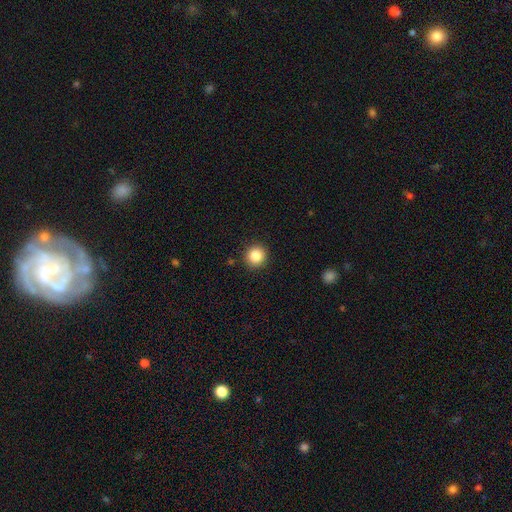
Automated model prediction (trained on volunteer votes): Smooth or featured: smooth — 85% (star or artifact — 10%)
How rounded: round — 93% (in between — 6%)
Merging: none — 91% (minor disturbance — 6%)